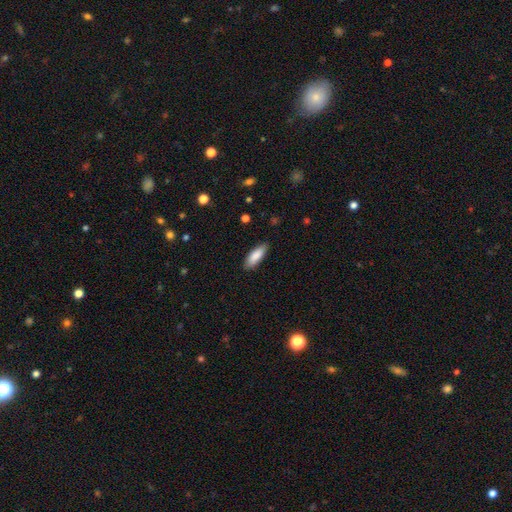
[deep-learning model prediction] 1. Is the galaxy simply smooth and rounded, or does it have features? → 87% smooth, 8% featured or disk, 6% star or artifact.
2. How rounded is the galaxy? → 64% in between, 35% cigar-shaped, 2% round.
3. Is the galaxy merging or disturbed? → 84% none, 12% minor disturbance, 2% major disturbance, 1% merger.